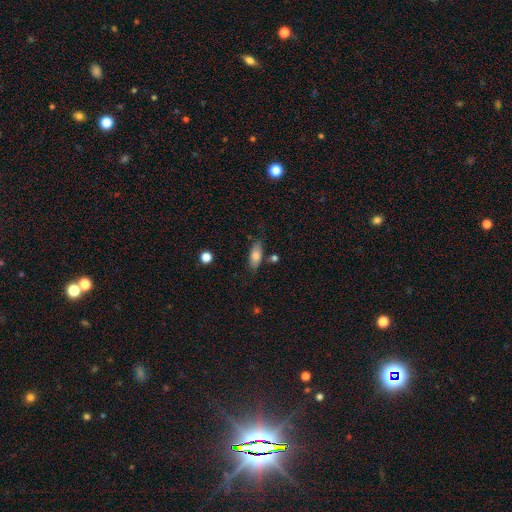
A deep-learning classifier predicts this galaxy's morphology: Q: Smooth or featured?
A: smooth (74%); runner-up: featured or disk (19%)
Q: How rounded?
A: in between (79%); runner-up: cigar-shaped (18%)
Q: Merging?
A: none (77%); runner-up: minor disturbance (15%)